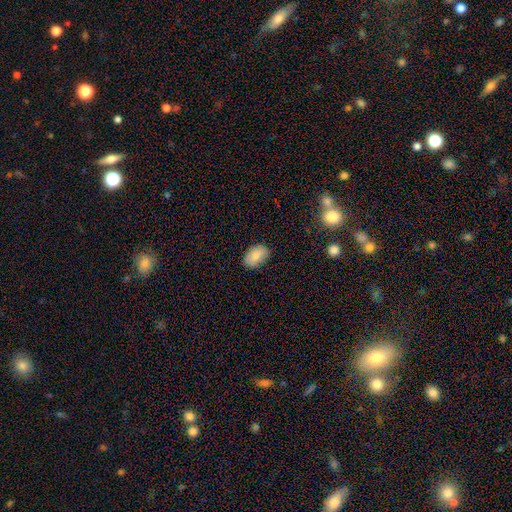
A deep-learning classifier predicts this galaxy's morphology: Overall: smooth (86%). How rounded: in between (90%). Merging: none (85%).